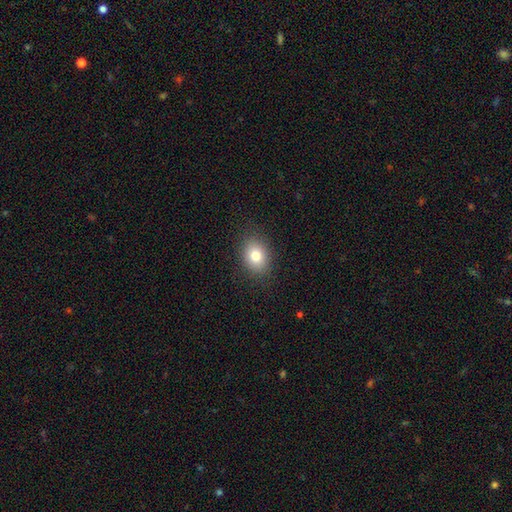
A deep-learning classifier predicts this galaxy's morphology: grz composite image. It shows a smooth galaxy with no disk features (80%) that is in between round and cigar-shaped (60%). Merging: none (87%).